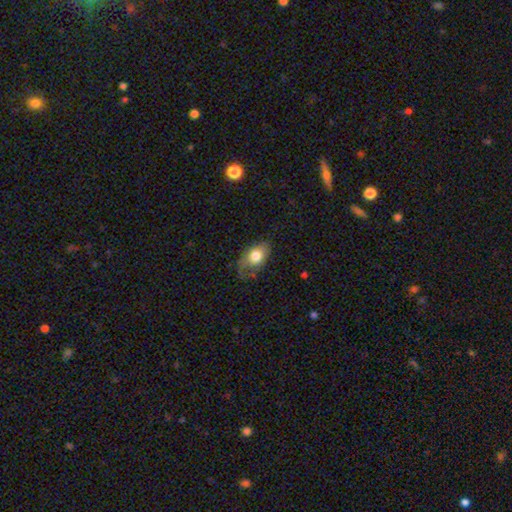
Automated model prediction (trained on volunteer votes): Smooth or featured: smooth — 72% (featured or disk — 21%)
How rounded: in between — 87% (round — 10%)
Merging: none — 47% (minor disturbance — 32%)